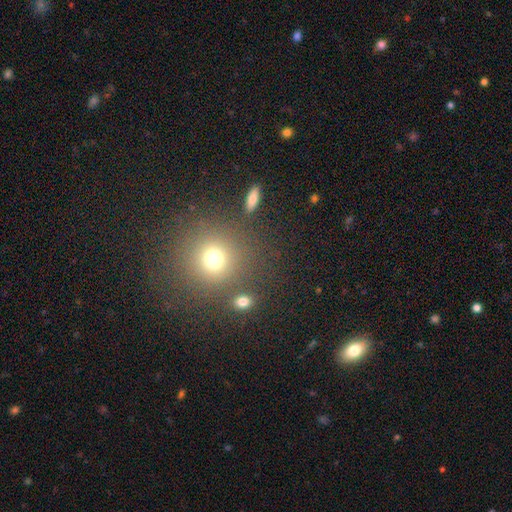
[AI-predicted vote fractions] Overall: smooth (61%; star or artifact 30%). How rounded: round (92%). Merging: none (83%).